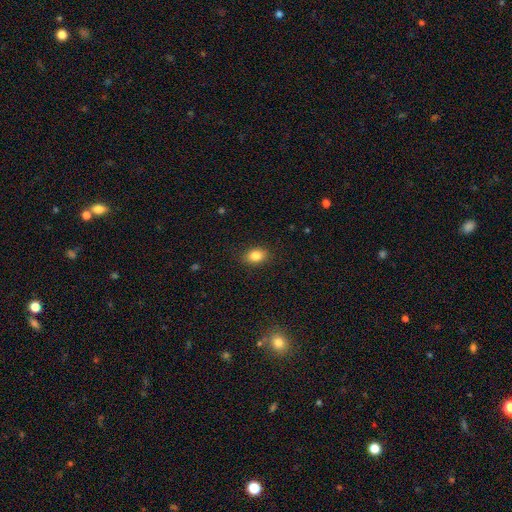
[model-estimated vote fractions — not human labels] Smooth or featured? smooth (84%)
How rounded? in between (78%)
Merging? none (87%)